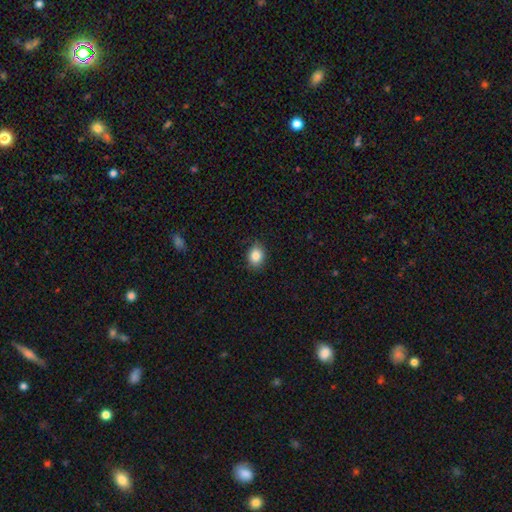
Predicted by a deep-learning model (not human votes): Overall: smooth (86%). How rounded: in between (56%; round 43%). Merging: none (86%).